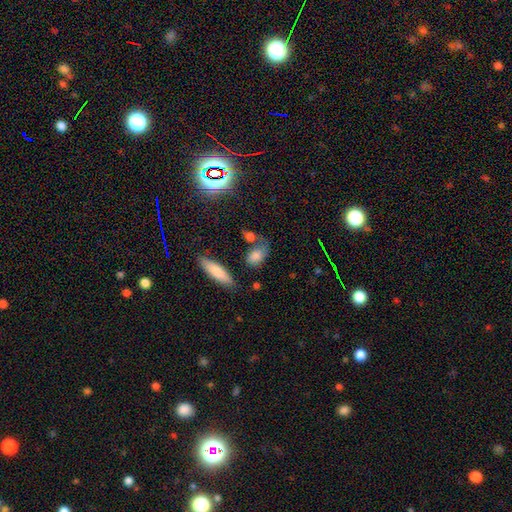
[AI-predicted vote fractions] This is likely a smooth galaxy (74%). How rounded: likely in between (78%). Merging: possibly none (49%).